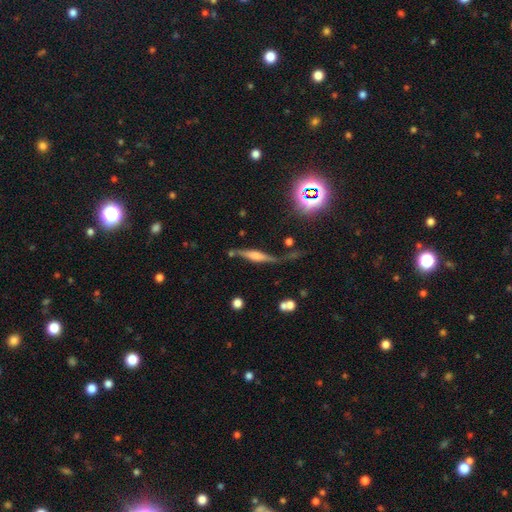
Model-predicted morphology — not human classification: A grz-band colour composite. It shows a featured or disk galaxy (61%) viewed edge-on (91%) with a rounded central bulge (60%). Merging: none (60%).